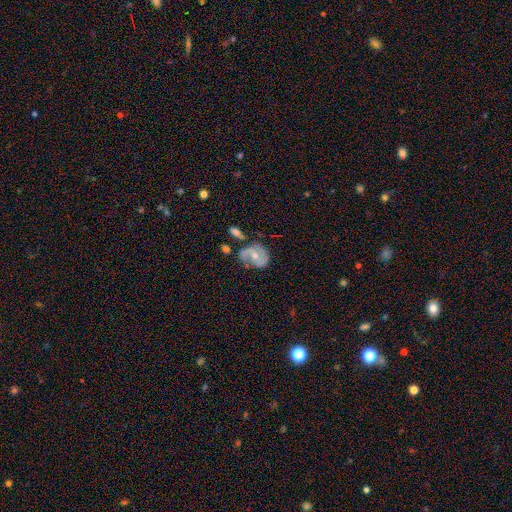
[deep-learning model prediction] Smooth or featured: featured or disk — 71% (smooth — 22%)
Edge-on disk: no — 97% (yes — 3%)
Bar: no — 52% (weak — 38%)
Spiral arms: yes — 87% (no — 13%)
Spiral winding: medium — 45% (tight — 27%)
Spiral arm count: 2 — 68% (can't tell — 13%)
Bulge size: moderate — 51% (small — 44%)
Merging: none — 46% (minor disturbance — 26%)